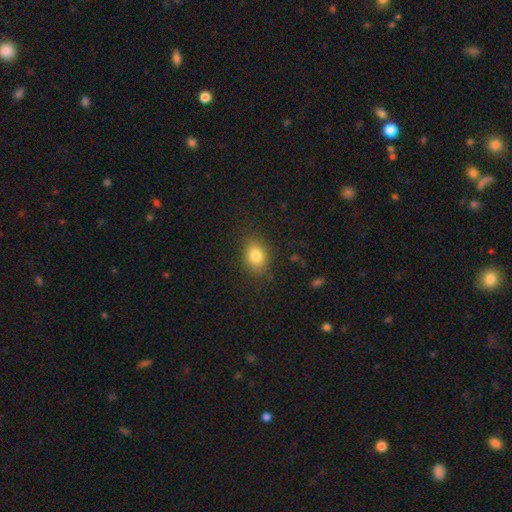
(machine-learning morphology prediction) A smooth galaxy with no disk features (81%) that is in between round and cigar-shaped (60%). Merging: none (81%).